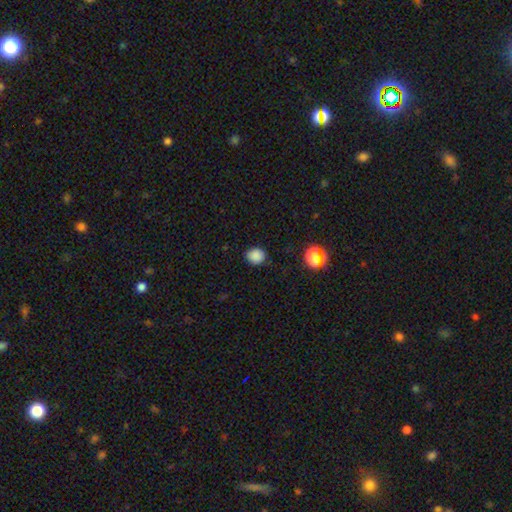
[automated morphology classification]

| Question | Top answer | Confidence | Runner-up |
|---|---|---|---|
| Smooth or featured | smooth | 84% | star or artifact (12%) |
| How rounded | round | 73% | in between (26%) |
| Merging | none | 87% | minor disturbance (9%) |